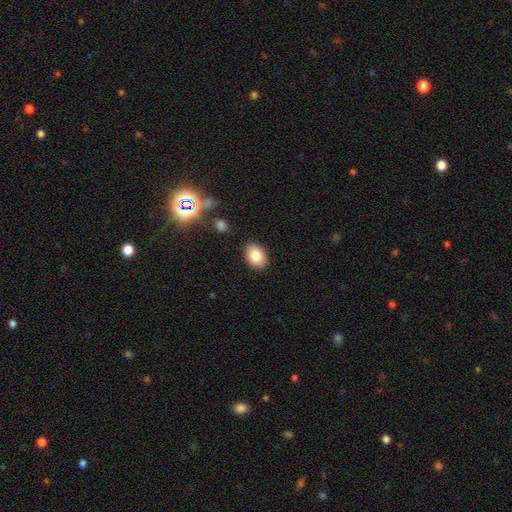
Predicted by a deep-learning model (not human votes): This is clearly a smooth galaxy (83%). How rounded: likely in between (79%). Merging: clearly none (87%).